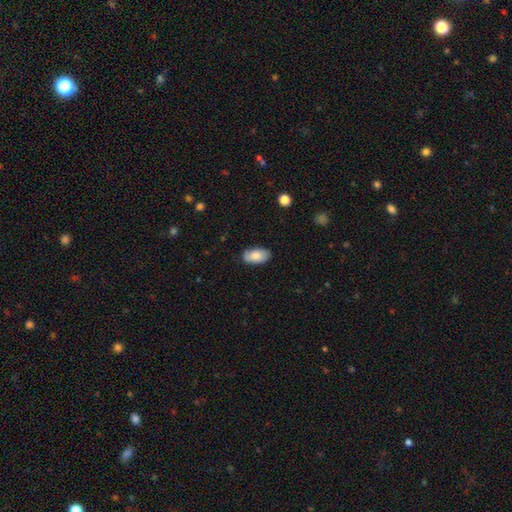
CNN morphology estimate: Smooth or featured? Predicted: smooth (p=0.78). How rounded? Predicted: in between (p=0.94). Merging? Predicted: none (p=0.81).